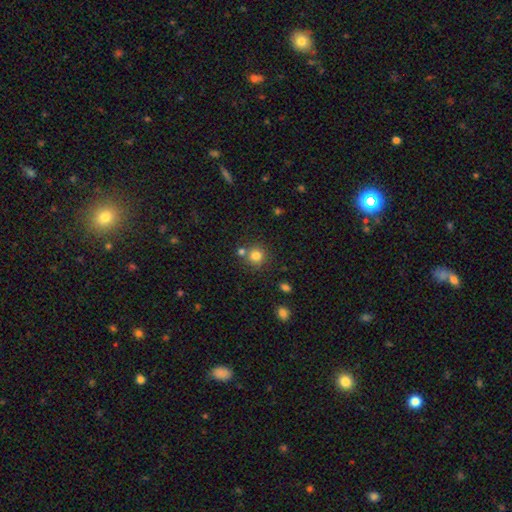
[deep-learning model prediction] Smooth or featured? Predicted: smooth (p=0.80). How rounded? Predicted: round (p=0.91). Merging? Predicted: none (p=0.70).